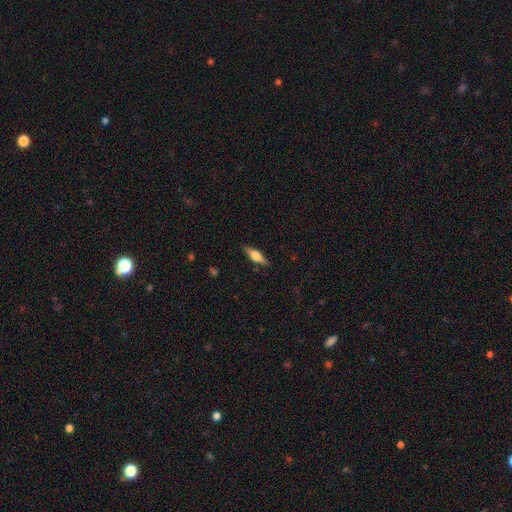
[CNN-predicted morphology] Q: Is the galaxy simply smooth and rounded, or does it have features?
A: featured or disk — 60%.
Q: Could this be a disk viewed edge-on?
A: yes — 96%.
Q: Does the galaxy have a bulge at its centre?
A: rounded — 88%.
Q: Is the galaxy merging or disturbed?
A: none — 88%.